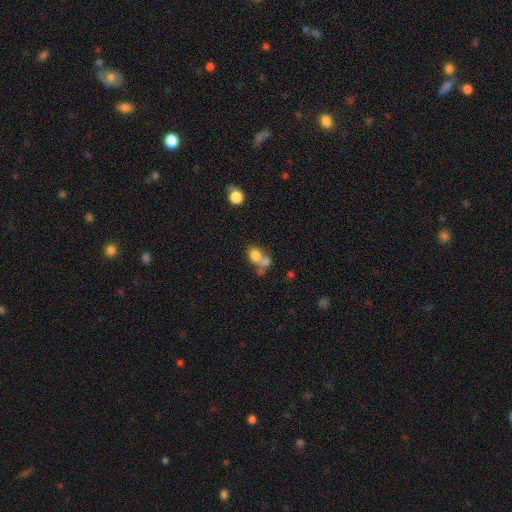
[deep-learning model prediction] Smooth or featured: smooth — 76% (featured or disk — 13%)
How rounded: in between — 51% (round — 48%)
Merging: merger — 54% (none — 31%)